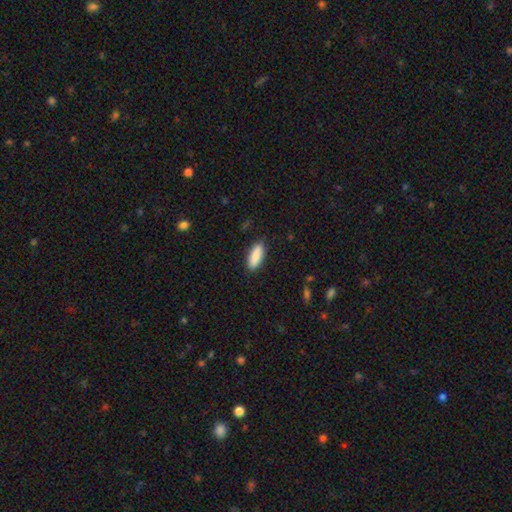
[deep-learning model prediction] smooth 90%, star or artifact 6%, featured or disk 4%. Down the decision tree: how rounded — in between (66%); merging — none (88%).